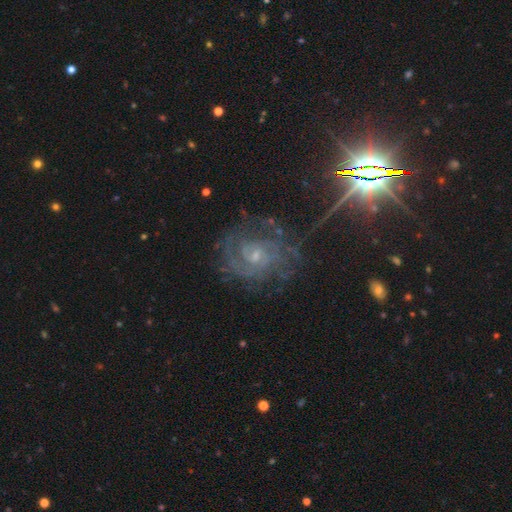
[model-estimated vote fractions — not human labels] featured or disk 77%, star or artifact 16%, smooth 7%. Down the decision tree: edge-on disk — no (97%); bar — no (63%); spiral arms — yes (94%); spiral arm count — can't tell (35%); spiral winding — tight (63%); bulge size — small (69%); merging — none (72%).